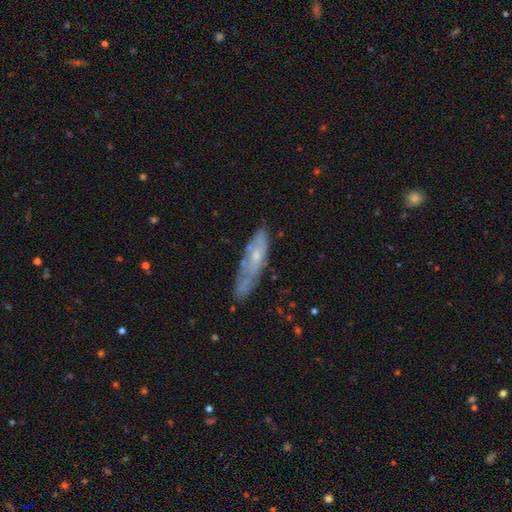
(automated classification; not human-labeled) smooth-or-featured: featured or disk: 50% | smooth: 41% | star or artifact: 9%
  disk-edge-on: no: 63% | yes: 37%
  merging: none: 62% | minor disturbance: 25% | major disturbance: 9% | merger: 5%